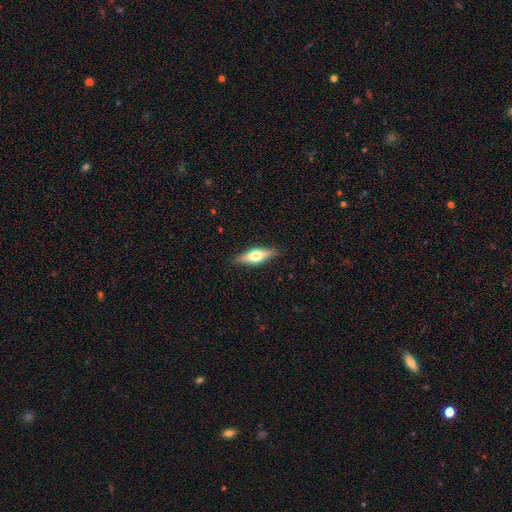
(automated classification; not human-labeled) A smooth galaxy with no disk features (48%). Merging: none (88%).